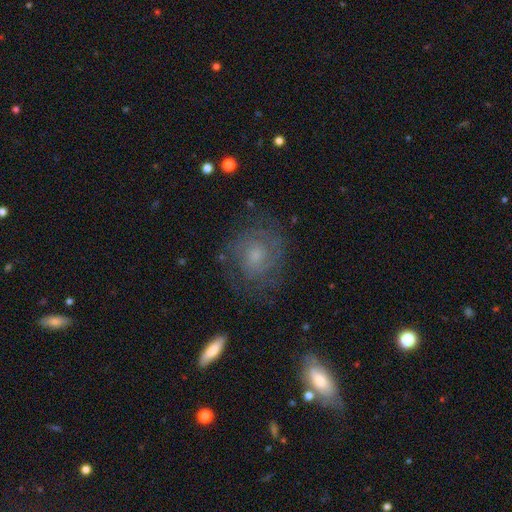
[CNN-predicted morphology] This appears to be a featured or disk galaxy (68%) with no bar (70%), 2 (45%) tight (58%) spiral arms (90%) and a small central bulge (48%). Merging: none (75%).